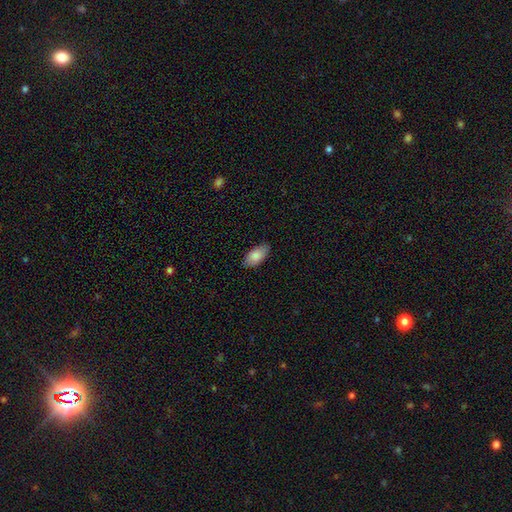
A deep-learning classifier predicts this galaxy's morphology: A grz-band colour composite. It shows a smooth galaxy with no disk features (85%) that is in between round and cigar-shaped (94%). Merging: none (85%).